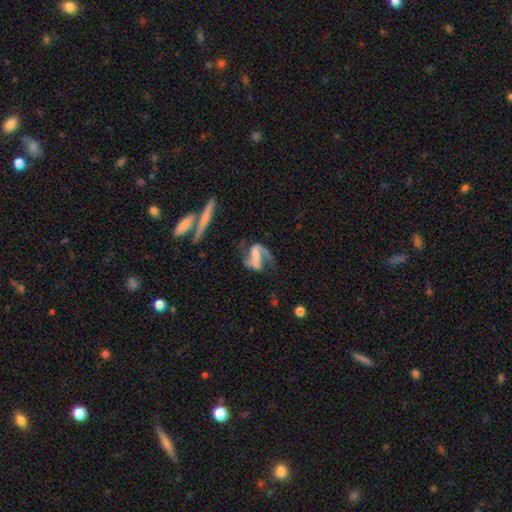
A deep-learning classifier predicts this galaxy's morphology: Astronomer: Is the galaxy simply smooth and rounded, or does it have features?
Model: featured or disk — 84%.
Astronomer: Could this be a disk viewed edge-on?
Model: no — 96%.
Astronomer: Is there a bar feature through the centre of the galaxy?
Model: strong — 42% (runner-up: weak, 34%).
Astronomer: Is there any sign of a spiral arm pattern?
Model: yes — 93%.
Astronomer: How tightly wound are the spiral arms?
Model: loose — 52% (runner-up: medium, 38%).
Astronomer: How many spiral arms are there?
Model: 2 — 85%.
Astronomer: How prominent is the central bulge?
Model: none — 43% (runner-up: small, 30%).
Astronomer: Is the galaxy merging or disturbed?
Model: none — 52%.